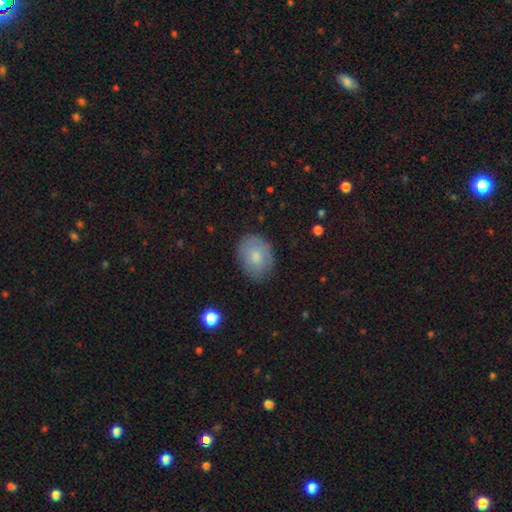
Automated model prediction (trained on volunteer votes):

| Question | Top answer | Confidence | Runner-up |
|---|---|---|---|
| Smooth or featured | smooth | 72% | featured or disk (20%) |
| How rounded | in between | 64% | round (35%) |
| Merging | none | 80% | minor disturbance (15%) |